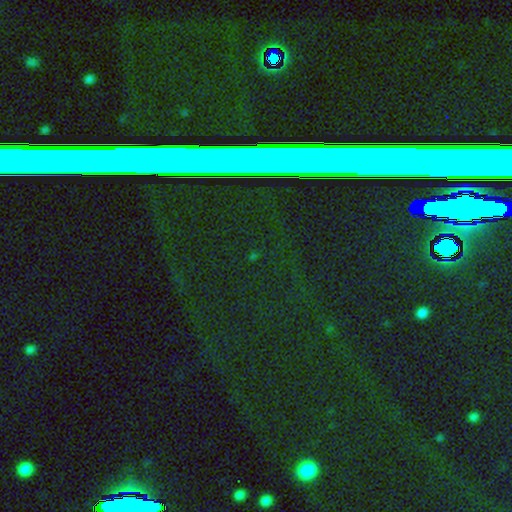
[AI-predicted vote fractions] smooth_or_featured: star or artifact (p=0.81) [alt: smooth p=0.10]